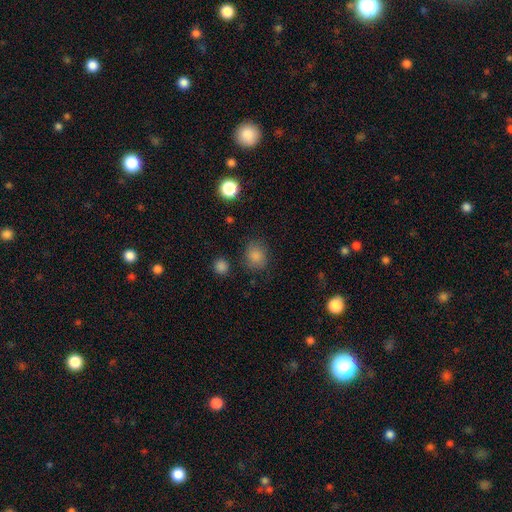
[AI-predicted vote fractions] Q: Smooth or featured?
A: smooth (83%); runner-up: star or artifact (12%)
Q: How rounded?
A: round (74%); runner-up: in between (25%)
Q: Merging?
A: none (80%); runner-up: minor disturbance (13%)